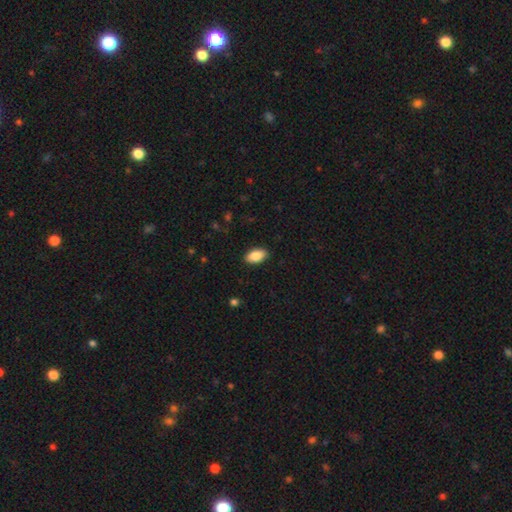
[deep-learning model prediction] Smooth or featured? Predicted: smooth (p=0.87). How rounded? Predicted: in between (p=0.94). Merging? Predicted: none (p=0.89).